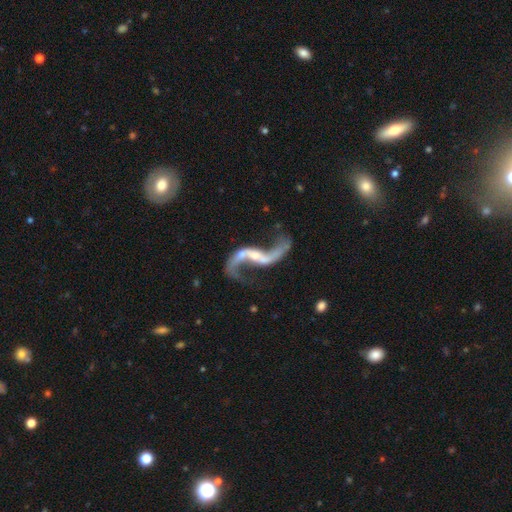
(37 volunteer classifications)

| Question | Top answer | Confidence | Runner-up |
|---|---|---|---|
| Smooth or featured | featured or disk | 92% | star or artifact (5%) |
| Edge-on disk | no | 91% | yes (9%) |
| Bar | weak | 55% | strong (26%) |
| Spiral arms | yes | 97% | no (3%) |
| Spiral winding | loose | 100% | — |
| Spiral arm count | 2 | 97% | 1 (3%) |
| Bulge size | small | 48% | moderate (32%) |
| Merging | none | 51% | minor disturbance (31%) |